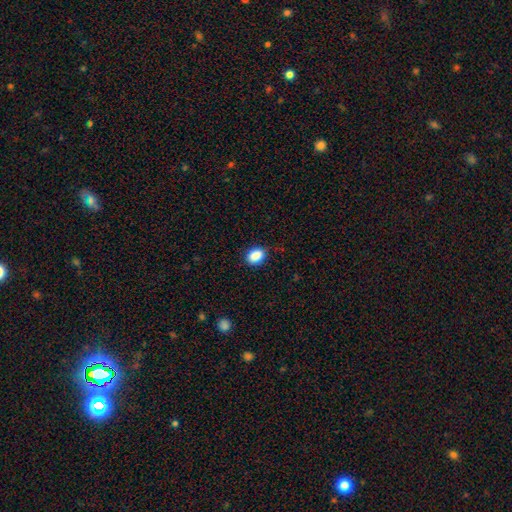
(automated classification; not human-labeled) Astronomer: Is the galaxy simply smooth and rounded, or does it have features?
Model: smooth — 88%.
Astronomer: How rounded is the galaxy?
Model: in between — 70%.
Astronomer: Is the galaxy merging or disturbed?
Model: none — 82%.